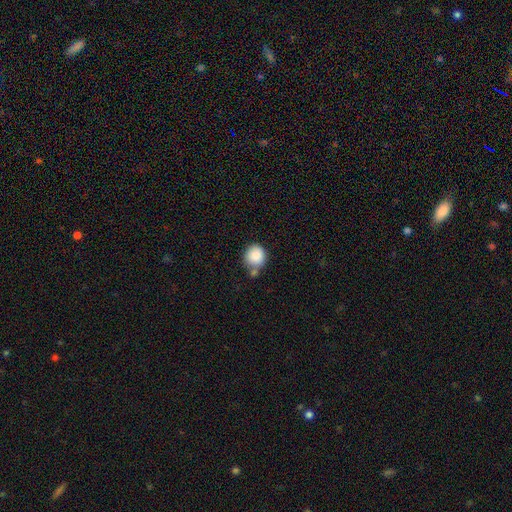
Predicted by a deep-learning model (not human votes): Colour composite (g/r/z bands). It shows a smooth galaxy with no disk features (87%) that is round (87%). Merging: none (55%).